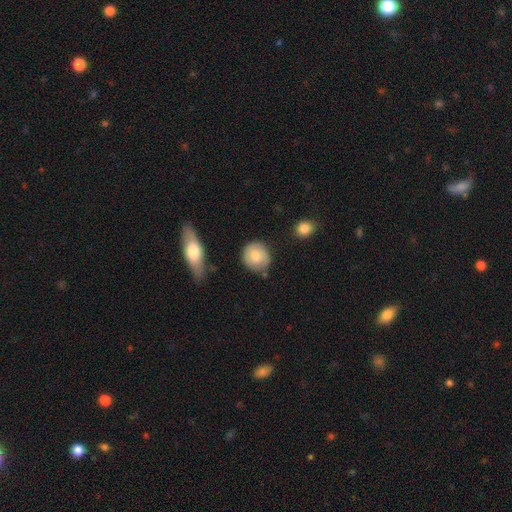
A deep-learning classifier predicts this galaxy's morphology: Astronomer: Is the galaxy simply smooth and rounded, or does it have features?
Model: smooth — 75%.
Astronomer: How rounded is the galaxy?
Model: round — 87%.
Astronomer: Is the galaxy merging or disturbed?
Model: none — 75%.